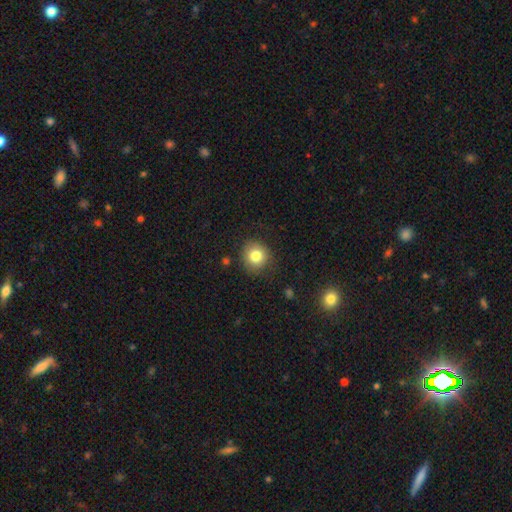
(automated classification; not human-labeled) This appears to be a smooth galaxy with no disk features (82%) that is round (88%). Merging: none (85%).